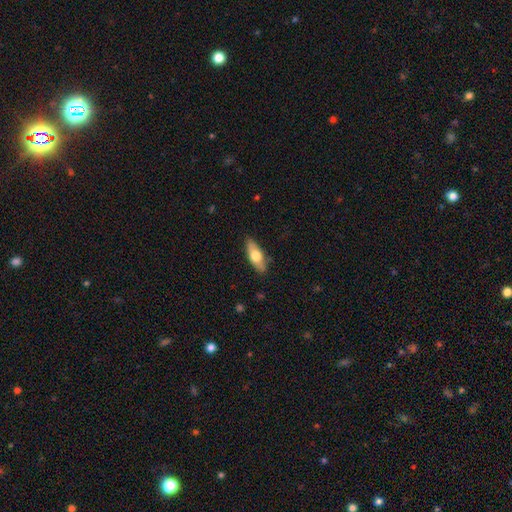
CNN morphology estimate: This appears to be a smooth galaxy with no disk features (63%) that is in between round and cigar-shaped (68%). Merging: none (86%).